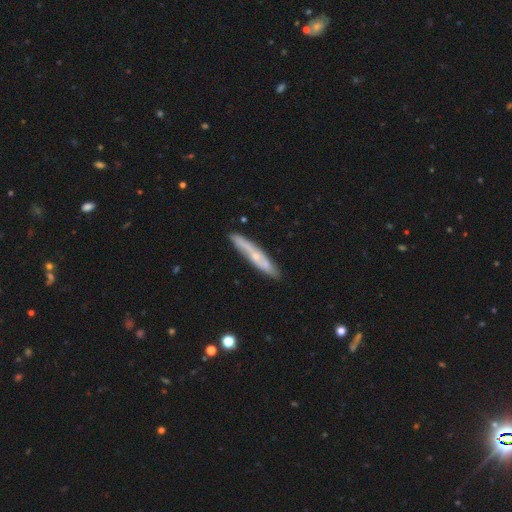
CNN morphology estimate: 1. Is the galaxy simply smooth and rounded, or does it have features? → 57% featured or disk, 37% smooth, 6% star or artifact.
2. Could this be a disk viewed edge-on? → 72% yes, 28% no.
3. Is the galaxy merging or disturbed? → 81% none, 14% minor disturbance, 3% major disturbance, 2% merger.